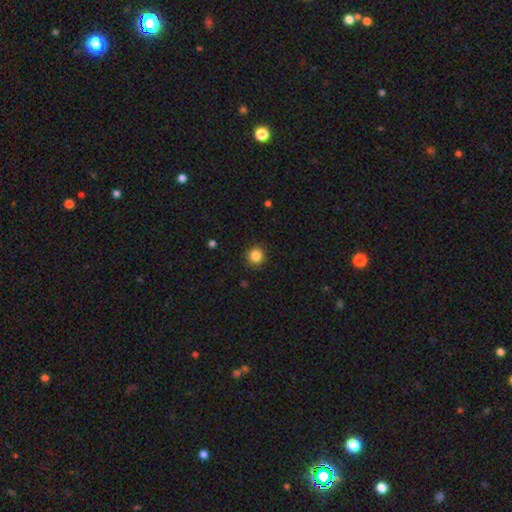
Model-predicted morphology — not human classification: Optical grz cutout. It shows a smooth galaxy with no disk features (84%) that is round (95%). Merging: none (91%).